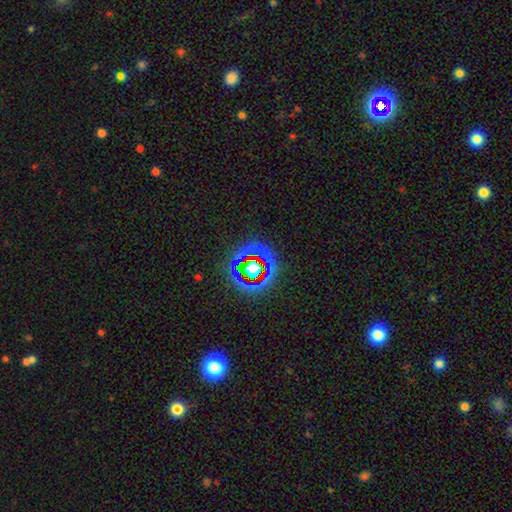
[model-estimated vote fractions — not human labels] A star or artifact, not a galaxy (76%).